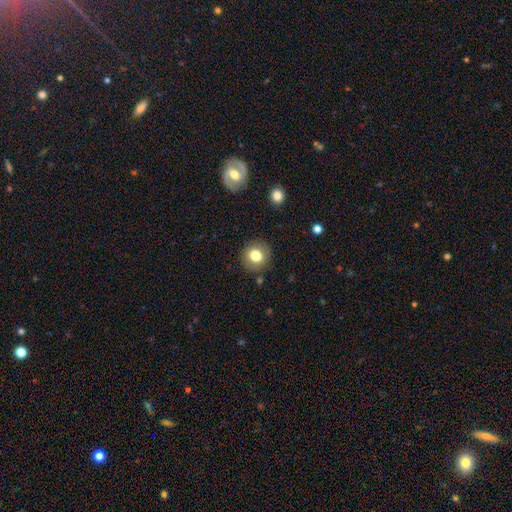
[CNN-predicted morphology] This appears to be a smooth galaxy with no disk features (79%) that is round (89%). Merging: none (88%).